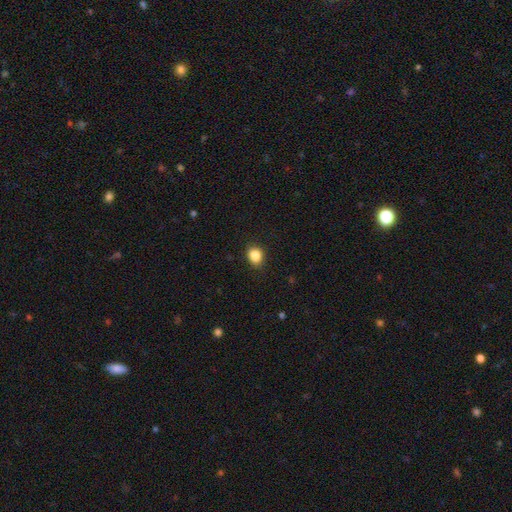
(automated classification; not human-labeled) Q: Smooth or featured?
A: smooth (87%); runner-up: star or artifact (10%)
Q: How rounded?
A: round (56%); runner-up: in between (43%)
Q: Merging?
A: none (87%); runner-up: minor disturbance (10%)